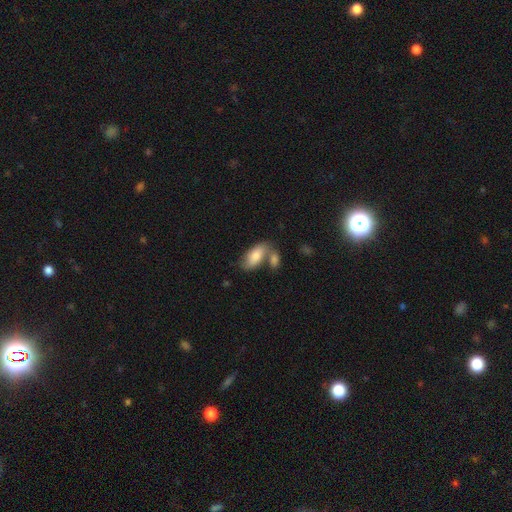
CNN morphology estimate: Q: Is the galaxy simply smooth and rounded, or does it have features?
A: smooth — 75%.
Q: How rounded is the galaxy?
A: in between — 91%.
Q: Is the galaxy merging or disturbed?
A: merger — 42%.